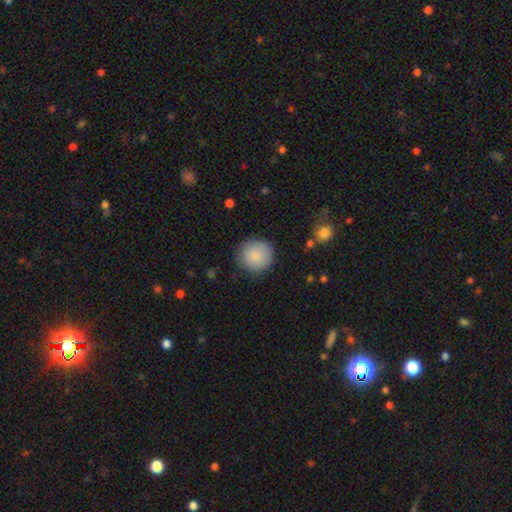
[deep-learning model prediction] Smooth or featured? smooth (88%)
How rounded? round (93%)
Merging? none (86%)